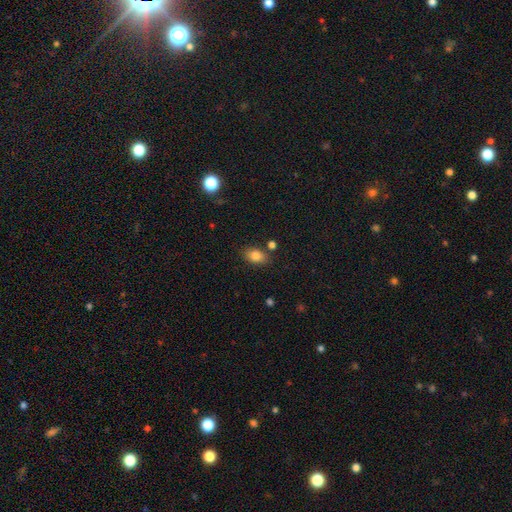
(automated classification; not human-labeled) Overall: smooth (83%). How rounded: in between (85%). Merging: none (79%).